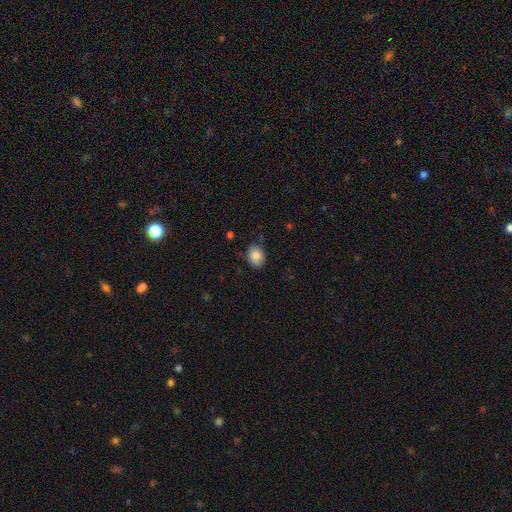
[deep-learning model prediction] Smooth or featured? smooth (87%)
How rounded? in between (53%)
Merging? none (79%)